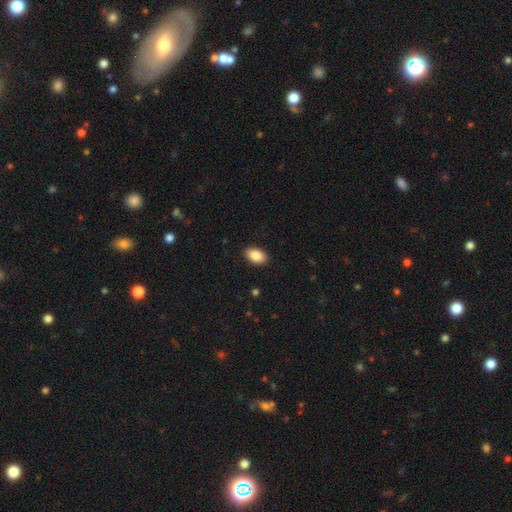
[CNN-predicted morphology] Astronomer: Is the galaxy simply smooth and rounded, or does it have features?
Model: smooth — 88%.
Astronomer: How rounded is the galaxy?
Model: in between — 91%.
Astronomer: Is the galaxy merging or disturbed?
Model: none — 90%.